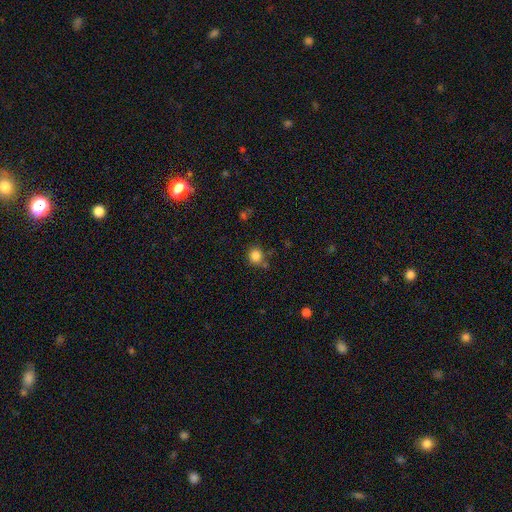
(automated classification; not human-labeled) smooth-or-featured: smooth: 83% | star or artifact: 12% | featured or disk: 5%
  how-rounded: round: 83% | in between: 16% | cigar-shaped: 1%
  merging: none: 74% | minor disturbance: 14% | merger: 8% | major disturbance: 4%